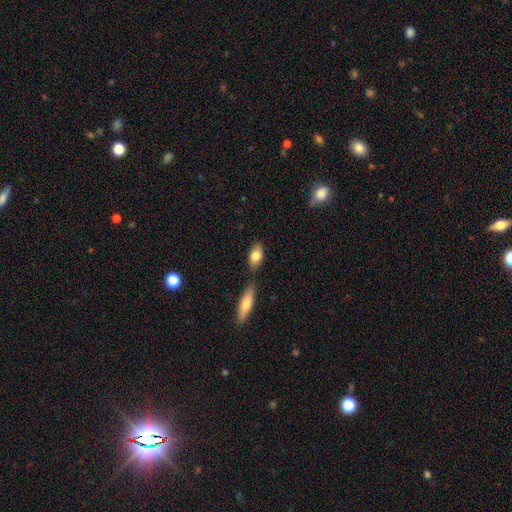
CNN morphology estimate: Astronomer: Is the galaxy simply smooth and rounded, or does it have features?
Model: smooth — 81%.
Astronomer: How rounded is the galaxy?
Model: in between — 87%.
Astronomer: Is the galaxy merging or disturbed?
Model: none — 69%.